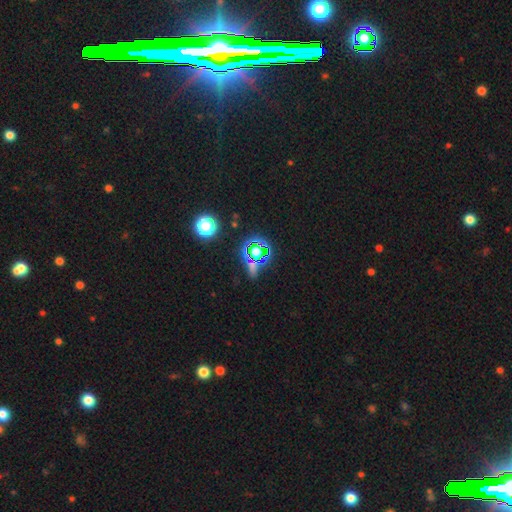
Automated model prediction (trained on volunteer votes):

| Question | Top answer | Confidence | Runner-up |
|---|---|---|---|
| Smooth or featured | star or artifact | 62% | smooth (28%) |